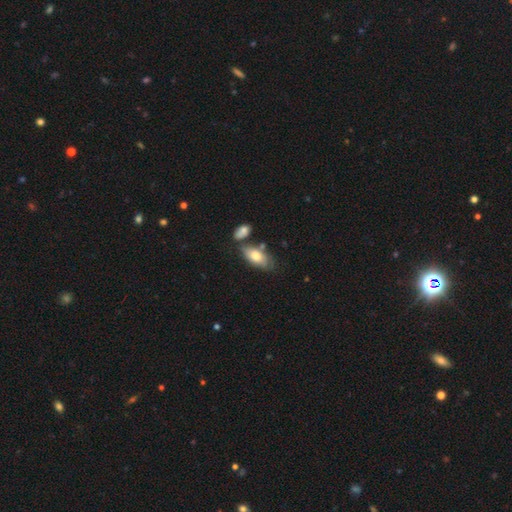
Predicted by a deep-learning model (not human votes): smooth-or-featured: smooth: 71% | featured or disk: 23% | star or artifact: 6%
  how-rounded: in between: 89% | cigar-shaped: 8% | round: 3%
  merging: none: 56% | minor disturbance: 19% | merger: 19% | major disturbance: 6%